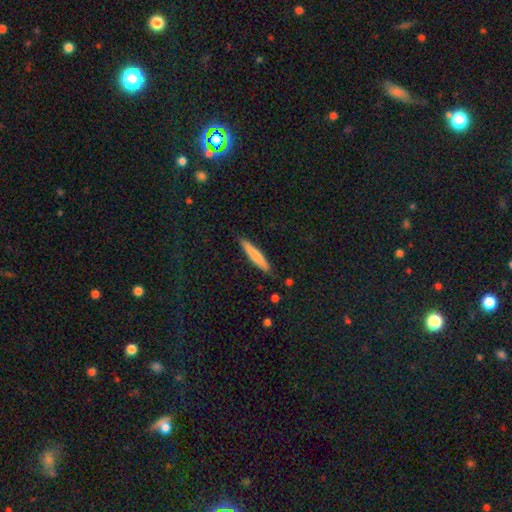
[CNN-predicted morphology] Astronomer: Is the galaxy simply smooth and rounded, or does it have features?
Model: smooth — 74%.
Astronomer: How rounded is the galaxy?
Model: cigar-shaped — 92%.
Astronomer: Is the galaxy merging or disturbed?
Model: none — 88%.